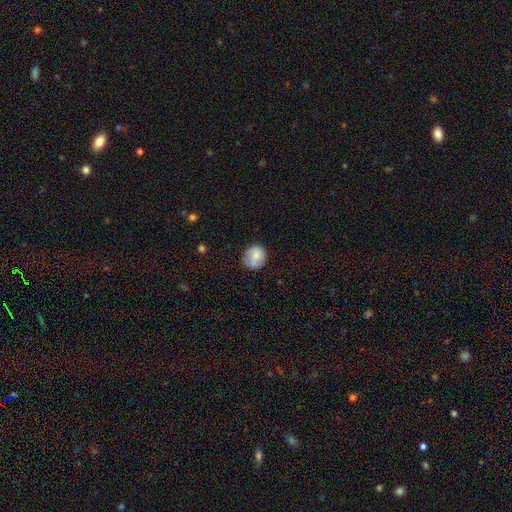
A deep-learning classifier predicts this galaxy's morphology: A smooth galaxy with no disk features (74%) that is round (84%).

Vote fractions:
- Smooth or featured? smooth: 74% / featured or disk: 18% / star or artifact: 8%
- How rounded? round: 84% / in between: 15% / cigar-shaped: 1%
- Merging? none: 74% / minor disturbance: 19% / major disturbance: 5% / merger: 2%